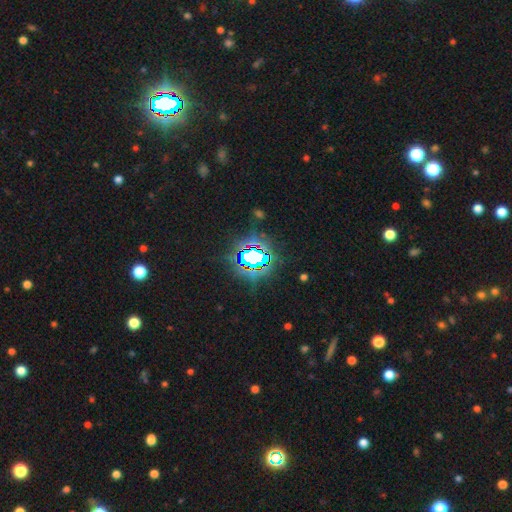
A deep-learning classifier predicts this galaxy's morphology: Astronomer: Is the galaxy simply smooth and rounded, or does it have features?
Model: star or artifact — 73%.